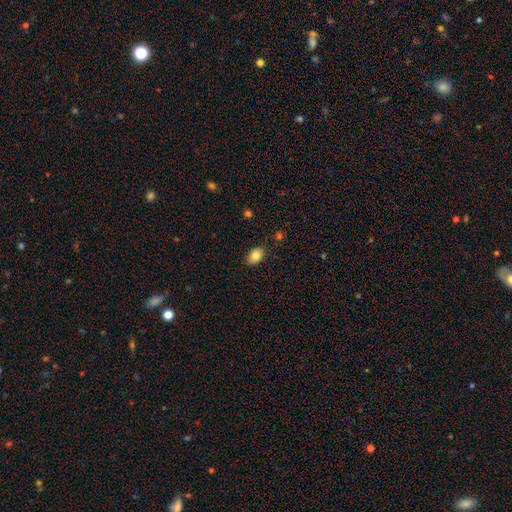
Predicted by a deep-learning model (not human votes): This appears to be a smooth galaxy with no disk features (82%) that is in between round and cigar-shaped (79%). Merging: none (87%).